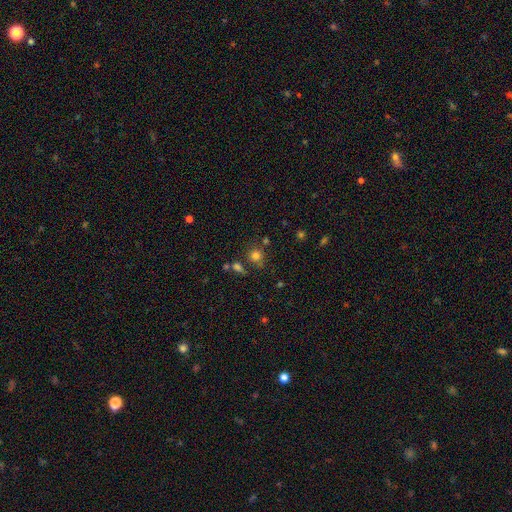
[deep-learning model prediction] Smooth or featured? smooth (76%)
How rounded? round (84%)
Merging? none (70%)